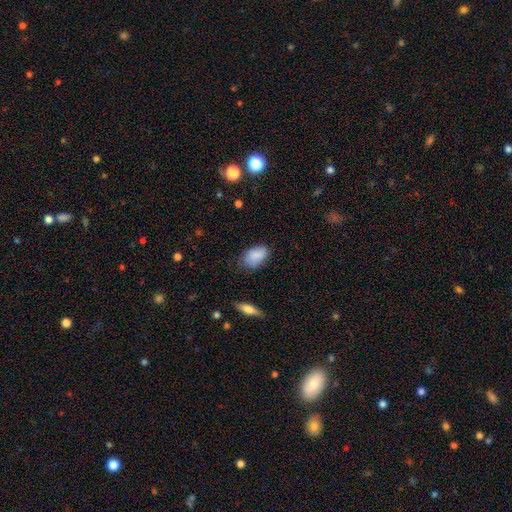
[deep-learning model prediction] Q: Smooth or featured?
A: smooth (85%); runner-up: featured or disk (8%)
Q: How rounded?
A: in between (91%); runner-up: round (7%)
Q: Merging?
A: none (68%); runner-up: minor disturbance (25%)